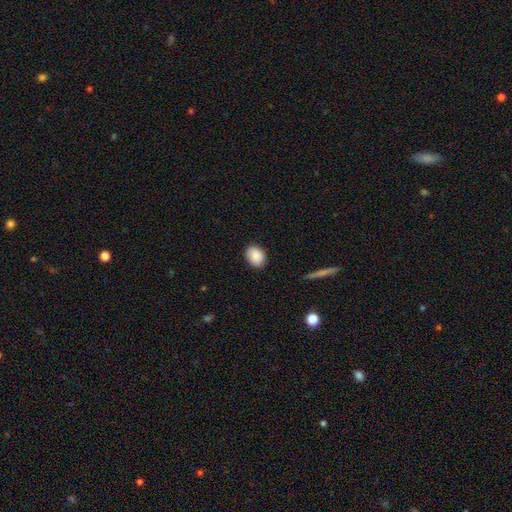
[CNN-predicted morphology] Q: Smooth or featured?
A: smooth (89%); runner-up: star or artifact (7%)
Q: How rounded?
A: in between (57%); runner-up: round (41%)
Q: Merging?
A: none (87%); runner-up: minor disturbance (10%)